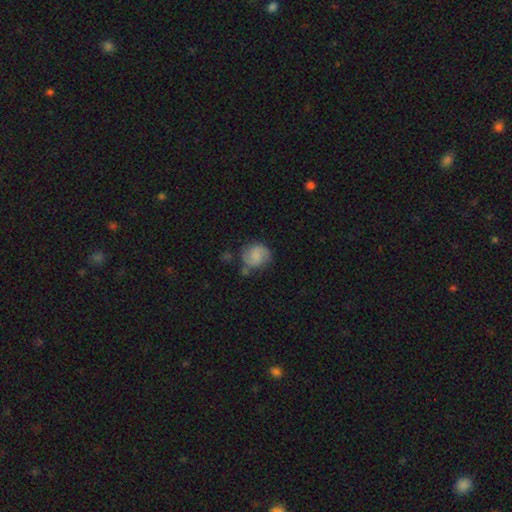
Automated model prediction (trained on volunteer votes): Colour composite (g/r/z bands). It shows a smooth galaxy with no disk features (51%) that is round (76%). Merging: none (61%).